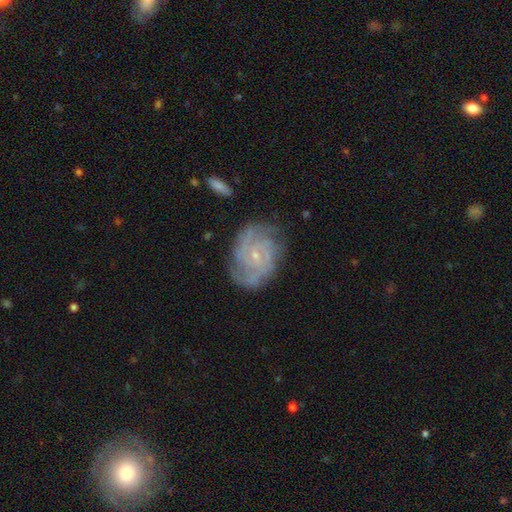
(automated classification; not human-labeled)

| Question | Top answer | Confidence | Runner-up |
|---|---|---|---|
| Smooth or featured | featured or disk | 85% | smooth (9%) |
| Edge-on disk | no | 97% | yes (3%) |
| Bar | no | 66% | weak (29%) |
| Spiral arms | yes | 96% | no (4%) |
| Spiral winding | tight | 60% | medium (32%) |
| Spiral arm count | can't tell | 26% | 2 (25%) |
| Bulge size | small | 82% | moderate (14%) |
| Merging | none | 74% | minor disturbance (18%) |